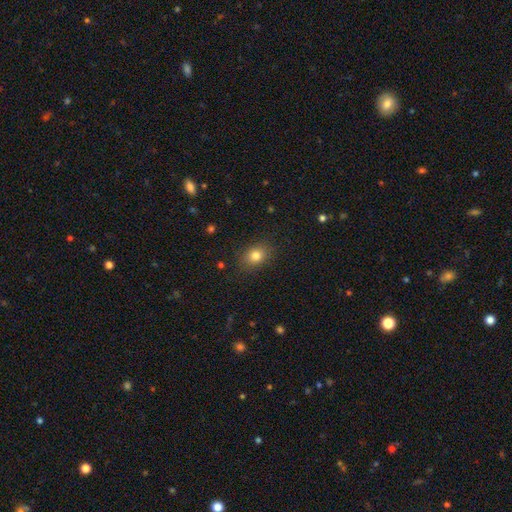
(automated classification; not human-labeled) Morphology: type=smooth (82%); roundness=in between (55%); merging=none (86%).